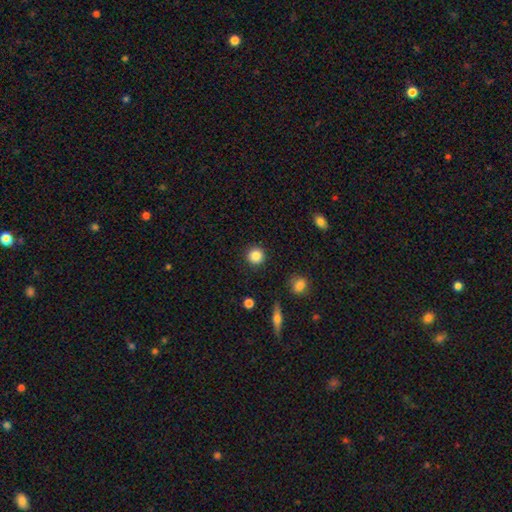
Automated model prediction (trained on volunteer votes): smooth-or-featured: smooth: 85% | star or artifact: 10% | featured or disk: 5%
  how-rounded: round: 94% | in between: 4% | cigar-shaped: 1%
  merging: none: 91% | minor disturbance: 5% | major disturbance: 2% | merger: 1%